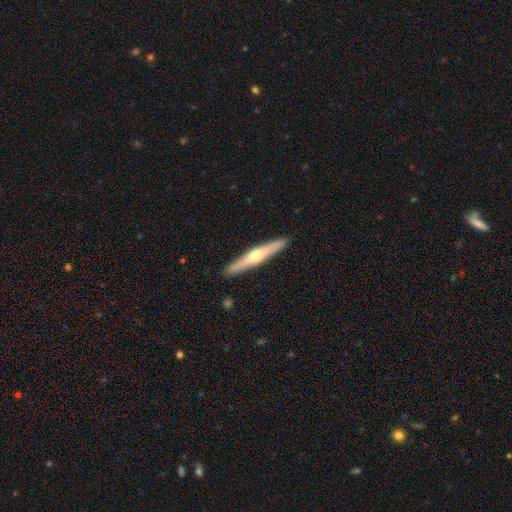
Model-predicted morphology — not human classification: smooth-or-featured: featured or disk: 63% | smooth: 32% | star or artifact: 5%
  disk-edge-on: yes: 97% | no: 3%
    edge-on-bulge: rounded: 90% | none: 6% | boxy: 3%
  merging: none: 92% | minor disturbance: 6% | major disturbance: 1% | merger: 1%